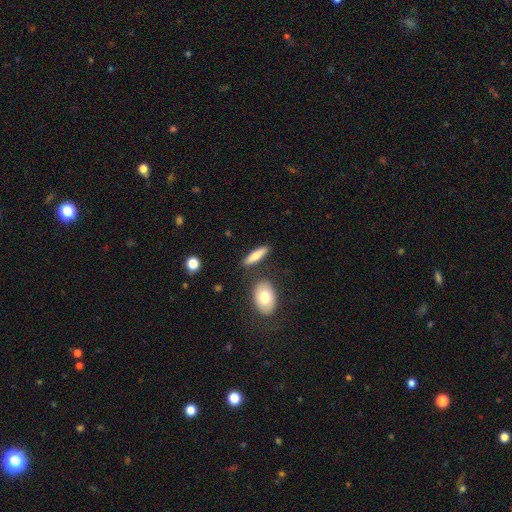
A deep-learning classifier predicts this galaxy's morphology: Q: Smooth or featured?
A: smooth (71%); runner-up: featured or disk (23%)
Q: How rounded?
A: cigar-shaped (65%); runner-up: in between (32%)
Q: Merging?
A: none (81%); runner-up: minor disturbance (11%)